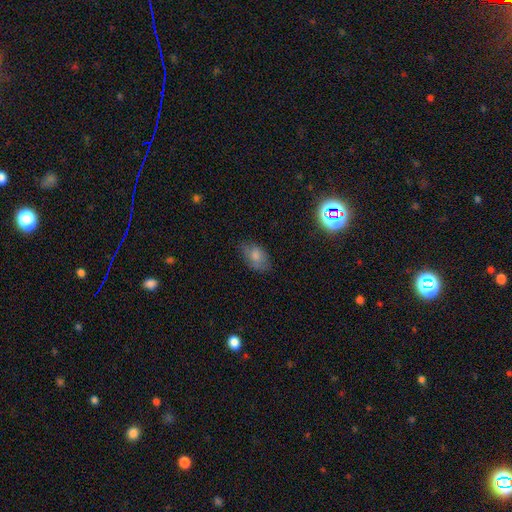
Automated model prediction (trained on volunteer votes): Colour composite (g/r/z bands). It shows a smooth galaxy with no disk features (74%) that is in between round and cigar-shaped (89%). Merging: none (65%).